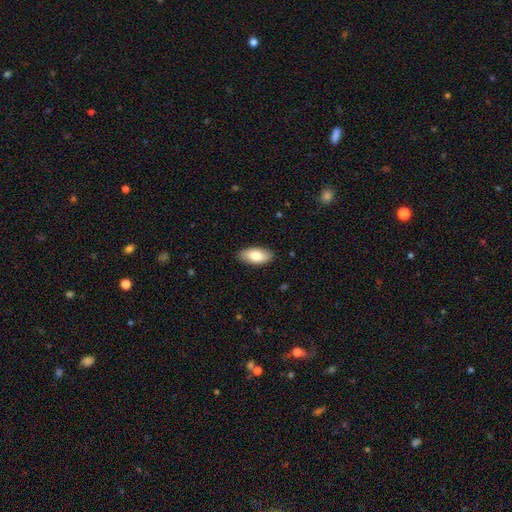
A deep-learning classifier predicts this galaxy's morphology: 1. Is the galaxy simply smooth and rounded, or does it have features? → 80% smooth, 14% featured or disk, 6% star or artifact.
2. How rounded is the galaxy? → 92% in between, 6% cigar-shaped, 2% round.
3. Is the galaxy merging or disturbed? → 89% none, 9% minor disturbance, 2% major disturbance, 1% merger.